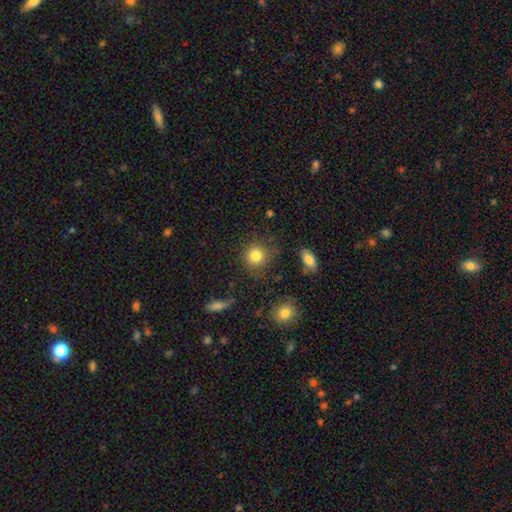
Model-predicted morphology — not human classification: smooth 83%, star or artifact 10%, featured or disk 7%. Down the decision tree: how rounded — round (89%); merging — none (76%).